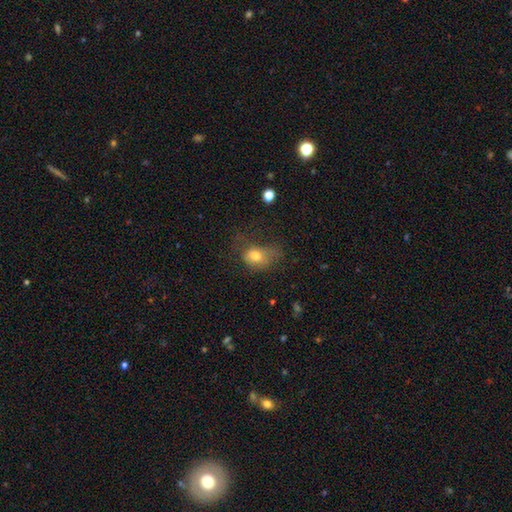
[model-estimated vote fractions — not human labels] Smooth or featured: smooth — 72% (featured or disk — 16%)
How rounded: in between — 65% (round — 34%)
Merging: major disturbance — 41% (none — 29%)